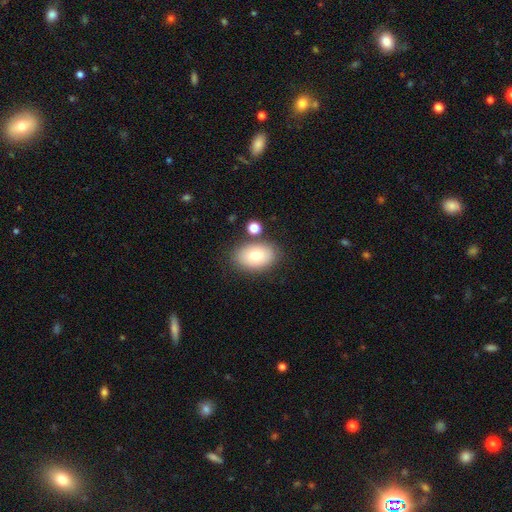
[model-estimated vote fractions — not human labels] smooth_or_featured: smooth (p=0.78) [alt: featured or disk p=0.14]
how_rounded: in between (p=0.87) [alt: round p=0.12]
merging: none (p=0.78) [alt: minor disturbance p=0.12]